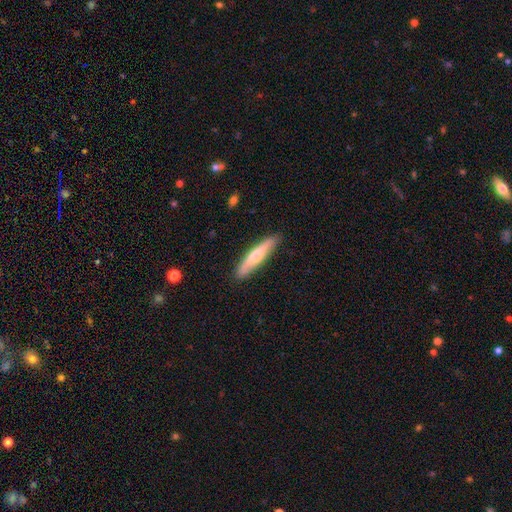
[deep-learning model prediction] A smooth galaxy with no disk features (55%) that is cigar-shaped (87%). Merging: none (89%).